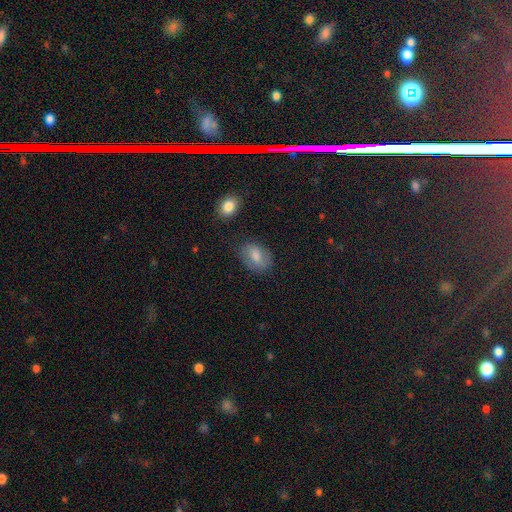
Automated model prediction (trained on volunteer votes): Smooth or featured: smooth — 75% (featured or disk — 17%)
How rounded: in between — 81% (round — 17%)
Merging: none — 71% (minor disturbance — 20%)